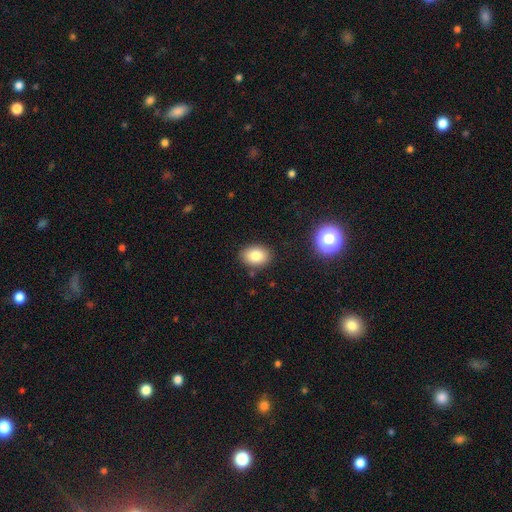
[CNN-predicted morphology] Smooth or featured?
  - smooth: 83% *
  - star or artifact: 10%
  - featured or disk: 7%
How rounded?
  - in between: 71% *
  - round: 28%
  - cigar-shaped: 1%
Merging?
  - none: 86% *
  - minor disturbance: 10%
  - major disturbance: 3%
  - merger: 2%